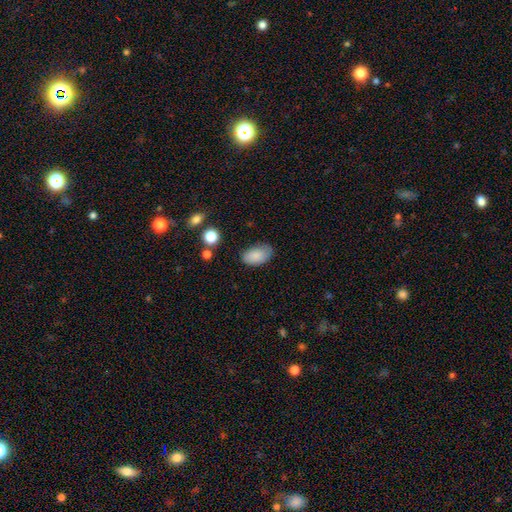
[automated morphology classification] Q: Smooth or featured?
A: smooth (87%); runner-up: star or artifact (8%)
Q: How rounded?
A: in between (93%); runner-up: round (6%)
Q: Merging?
A: none (73%); runner-up: minor disturbance (21%)